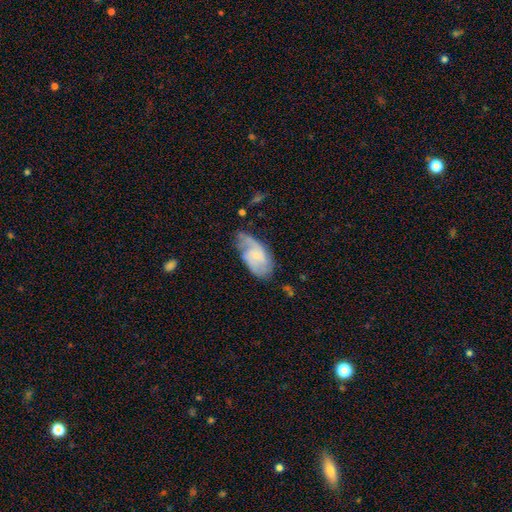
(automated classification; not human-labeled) Smooth or featured? Predicted: featured or disk (p=0.66). Edge-on disk? Predicted: no (p=0.96). Bar? Predicted: no (p=0.54). Spiral arms? Predicted: yes (p=0.91). Spiral winding? Predicted: medium (p=0.45). Spiral arm count? Predicted: 2 (p=0.55). Bulge size? Predicted: small (p=0.60). Merging? Predicted: none (p=0.52).